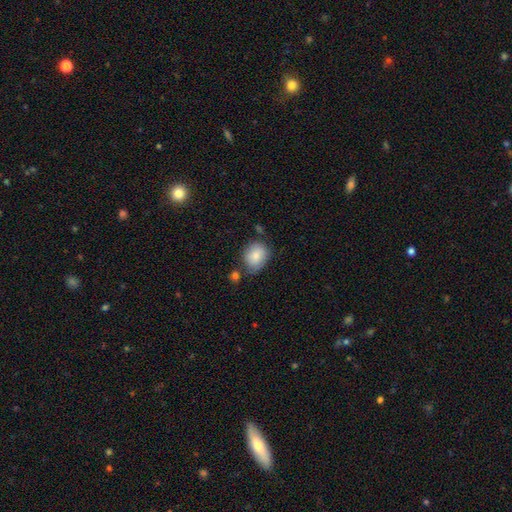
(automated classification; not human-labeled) A smooth galaxy with no disk features (81%) that is round (59%).

Vote fractions:
- Smooth or featured? smooth: 81% / featured or disk: 12% / star or artifact: 7%
- How rounded? round: 59% / in between: 40% / cigar-shaped: 1%
- Merging? none: 63% / minor disturbance: 22% / merger: 8% / major disturbance: 6%